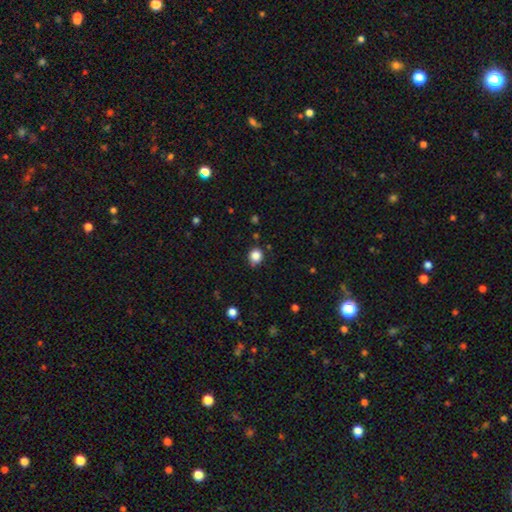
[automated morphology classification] This appears to be a smooth galaxy with no disk features (85%) that is round (78%). Merging: none (80%).